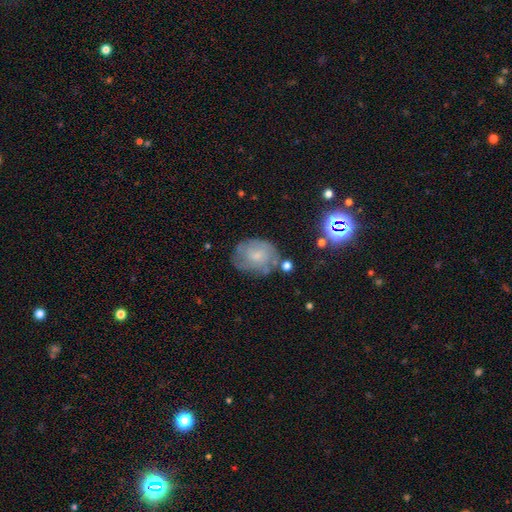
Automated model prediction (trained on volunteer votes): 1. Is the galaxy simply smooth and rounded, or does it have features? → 45% smooth, 43% featured or disk, 12% star or artifact.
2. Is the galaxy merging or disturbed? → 59% none, 25% minor disturbance, 10% major disturbance, 5% merger.